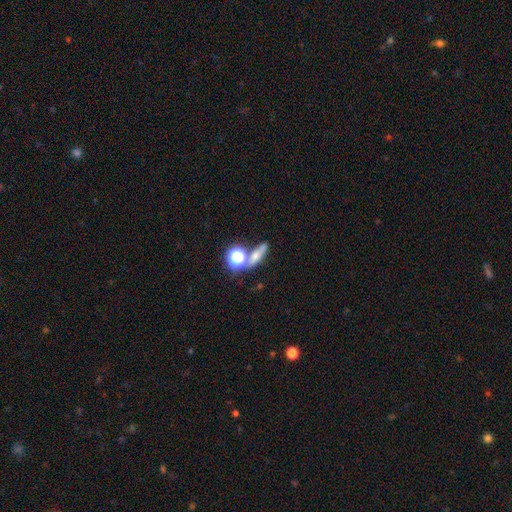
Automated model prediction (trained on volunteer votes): Morphology: type=smooth (53%); roundness=cigar-shaped (37%); merging=none (58%).